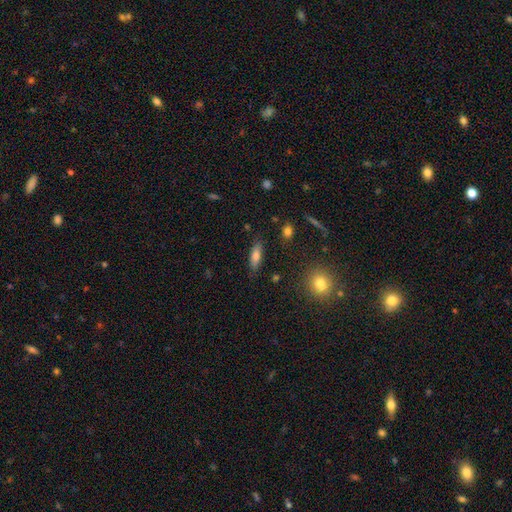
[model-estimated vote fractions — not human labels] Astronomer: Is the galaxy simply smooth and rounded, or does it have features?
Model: smooth — 75%.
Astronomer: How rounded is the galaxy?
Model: in between — 57% (runner-up: cigar-shaped, 40%).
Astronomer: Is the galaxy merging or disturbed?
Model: none — 82%.